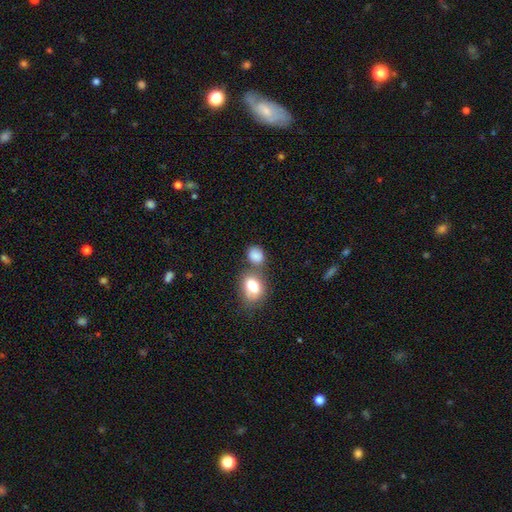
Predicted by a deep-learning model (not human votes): This is clearly a smooth galaxy (82%). How rounded: possibly round (53%). Merging: possibly none (54%).